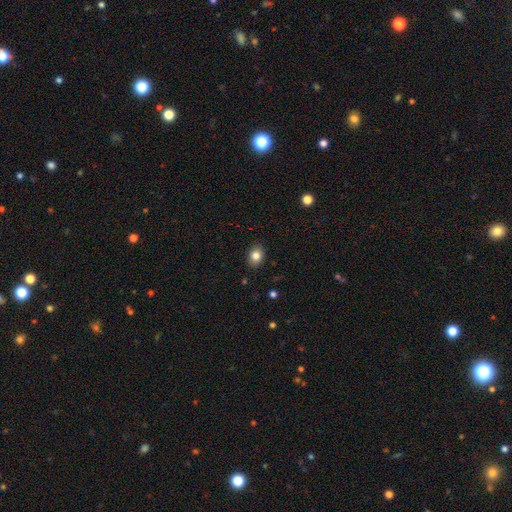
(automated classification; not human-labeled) Morphology: type=smooth (82%); roundness=in between (69%); merging=none (87%).